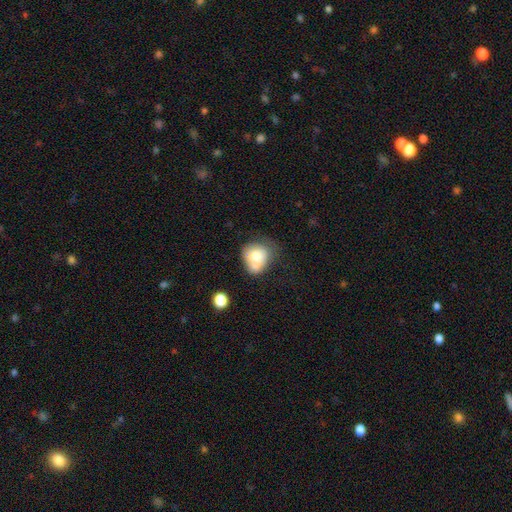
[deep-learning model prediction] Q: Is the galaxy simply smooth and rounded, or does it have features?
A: smooth — 69%.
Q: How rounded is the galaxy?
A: round — 56%.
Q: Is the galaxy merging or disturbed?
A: none — 30%.